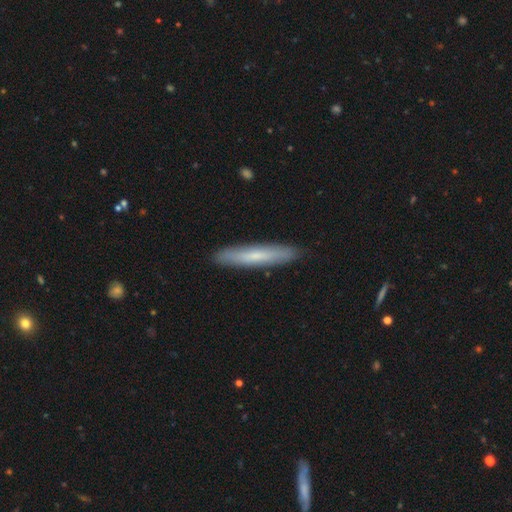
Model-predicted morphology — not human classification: smooth_or_featured: smooth (p=0.63) [alt: featured or disk p=0.31]
how_rounded: cigar-shaped (p=0.91) [alt: in between p=0.07]
merging: none (p=0.90) [alt: minor disturbance p=0.07]